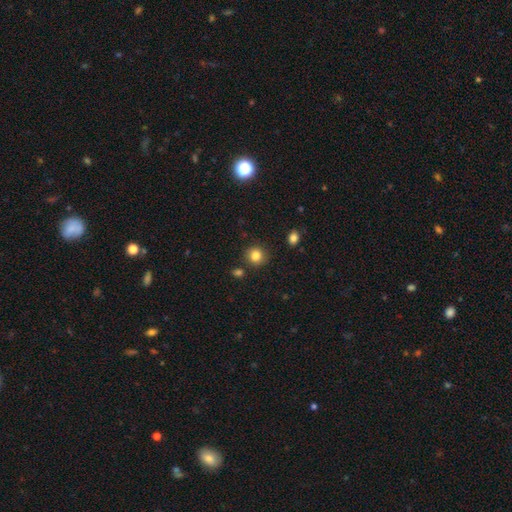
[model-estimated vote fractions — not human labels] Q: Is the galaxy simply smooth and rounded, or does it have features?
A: smooth — 83%.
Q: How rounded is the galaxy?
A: round — 89%.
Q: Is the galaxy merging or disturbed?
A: none — 86%.